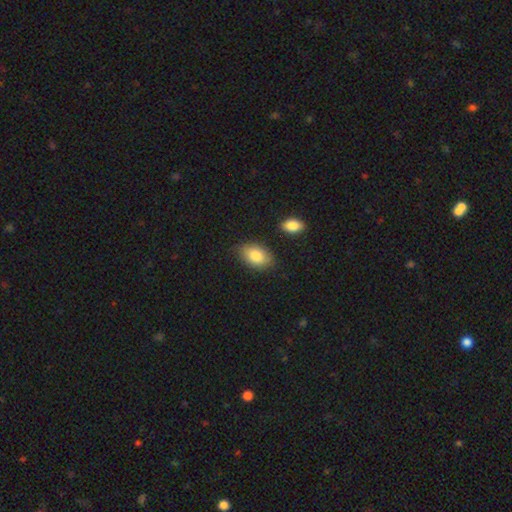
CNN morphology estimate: Overall: smooth (85%). How rounded: in between (90%). Merging: none (79%).